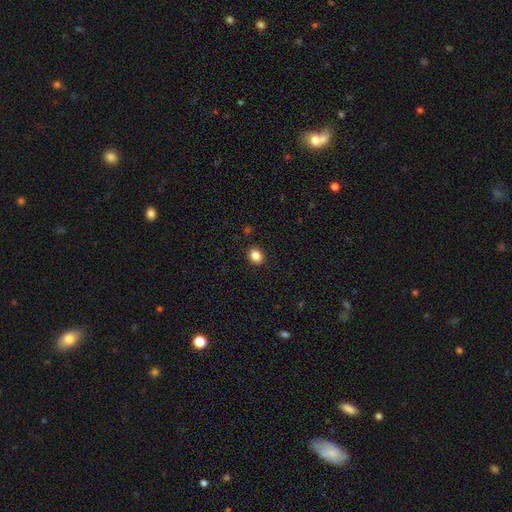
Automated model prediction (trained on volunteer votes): Morphology: type=smooth (86%); roundness=in between (55%); merging=none (90%).